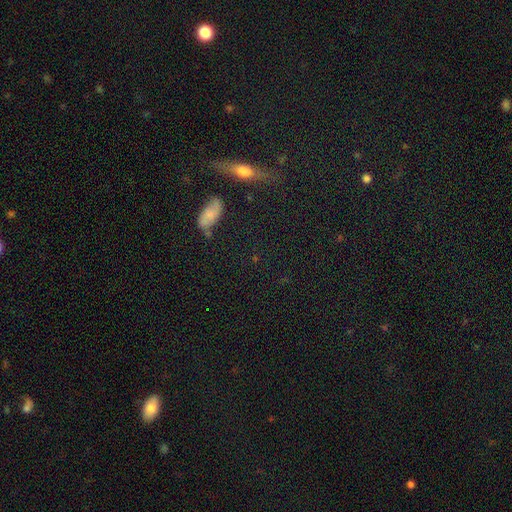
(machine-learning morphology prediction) This is marginally a star or artifact rather than a galaxy (38%).